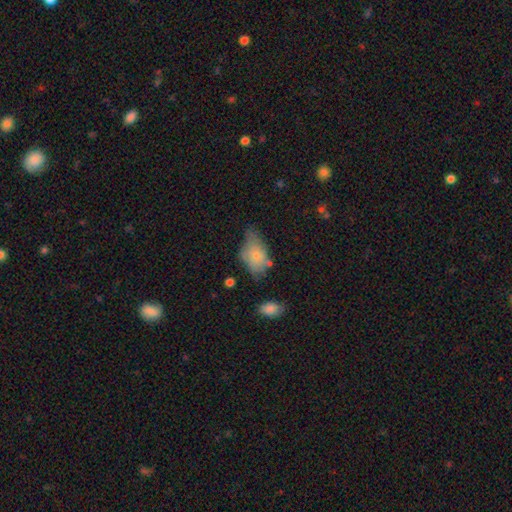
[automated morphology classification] A smooth galaxy with no disk features (66%) that is in between round and cigar-shaped (85%). Merging: minor disturbance (39%).